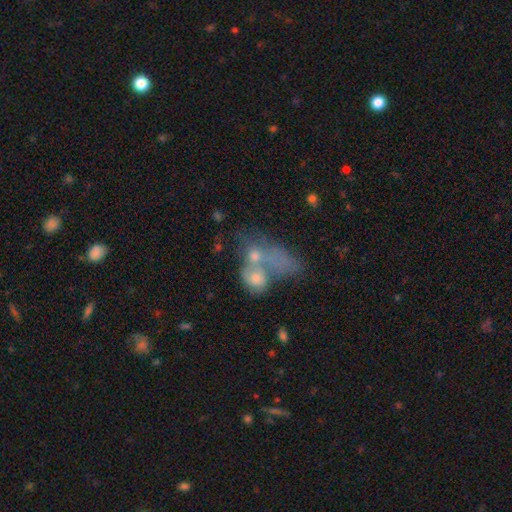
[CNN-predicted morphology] The model was most divided on "how rounded": in between: 55%, round: 41%, cigar-shaped: 5%. More confident: merging — merger (66%); smooth or featured — smooth (54%).